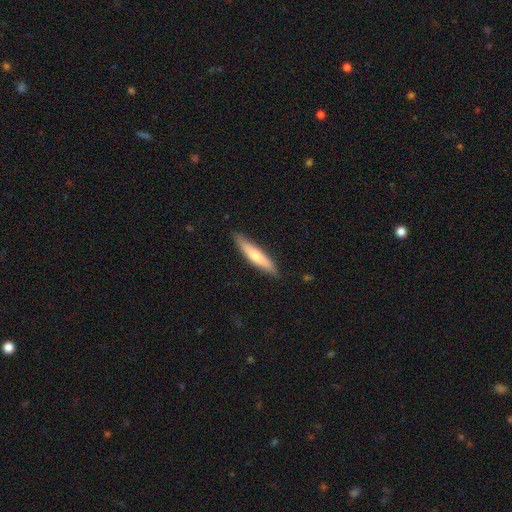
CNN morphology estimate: smooth 64%, featured or disk 31%, star or artifact 5%. Down the decision tree: how rounded — cigar-shaped (86%); merging — none (87%).